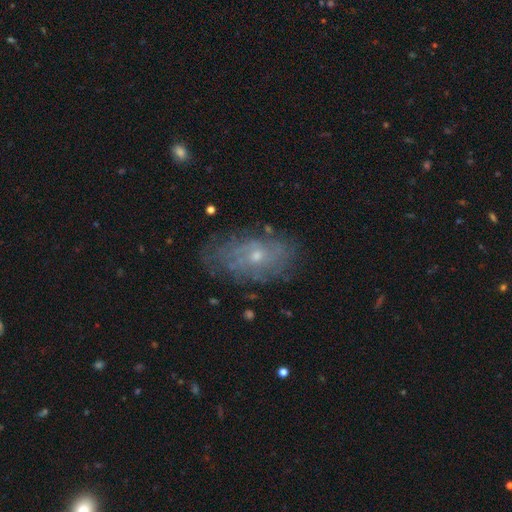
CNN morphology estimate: A featured or disk galaxy (63%) with no bar (81%), spiral arms (67%) and a small central bulge (65%). Merging: none (71%).